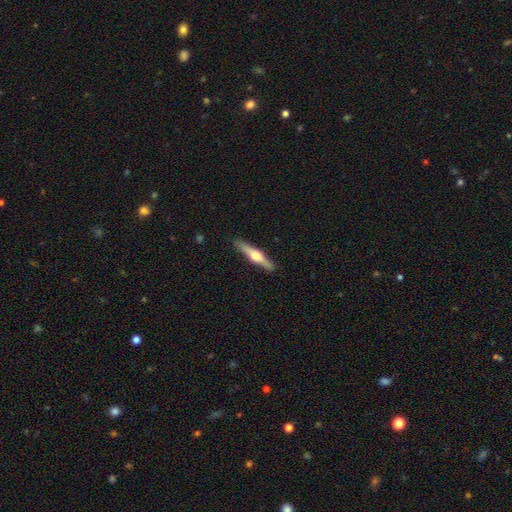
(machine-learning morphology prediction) Smooth or featured?
  - featured or disk: 68% *
  - smooth: 27%
  - star or artifact: 5%
Edge-on disk?
  - yes: 98% *
  - no: 2%
Edge-on bulge?
  - rounded: 95% *
  - boxy: 3%
  - none: 2%
Merging?
  - none: 91% *
  - minor disturbance: 7%
  - major disturbance: 1%
  - merger: 1%